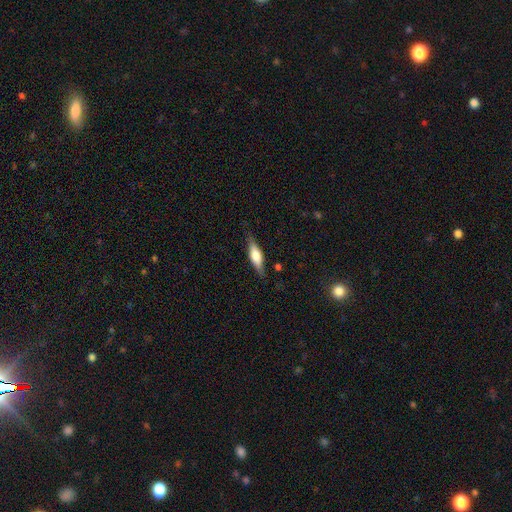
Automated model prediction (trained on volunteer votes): A featured or disk galaxy (50%).

Vote fractions:
- Smooth or featured? featured or disk: 50% / smooth: 44% / star or artifact: 6%
- Merging? none: 82% / minor disturbance: 14% / major disturbance: 3% / merger: 1%